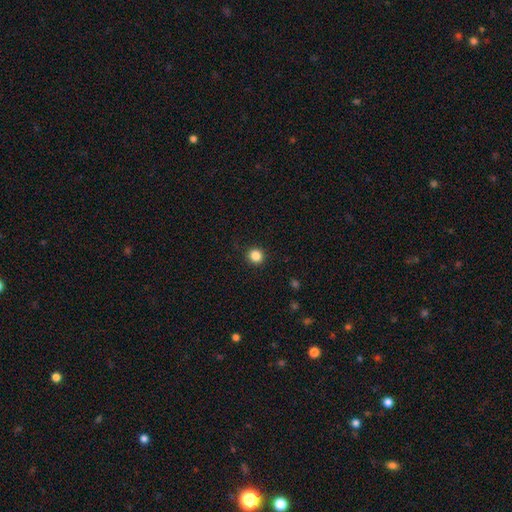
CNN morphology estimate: This appears to be a smooth galaxy with no disk features (86%) that is round (93%). Merging: none (92%).